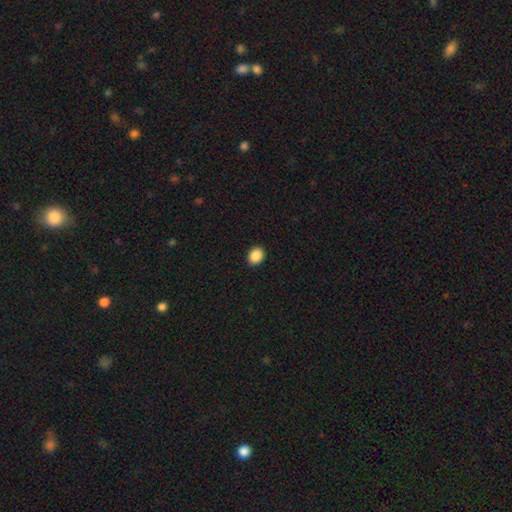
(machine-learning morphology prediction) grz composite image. It shows a smooth galaxy with no disk features (90%) that is in between round and cigar-shaped (57%). Merging: none (92%).